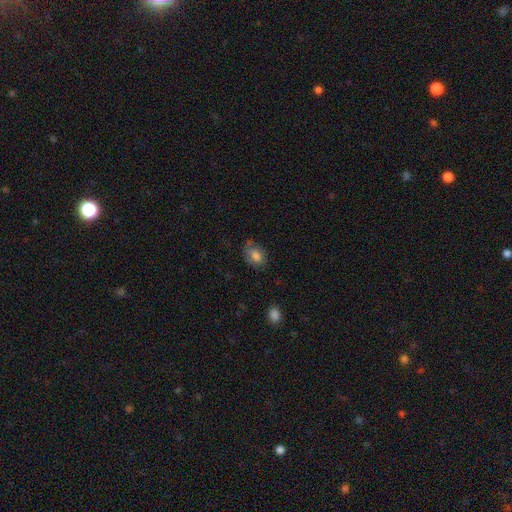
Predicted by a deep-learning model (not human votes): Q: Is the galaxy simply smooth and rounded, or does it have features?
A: smooth — 78%.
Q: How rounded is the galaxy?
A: in between — 77%.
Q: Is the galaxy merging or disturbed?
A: none — 62%.